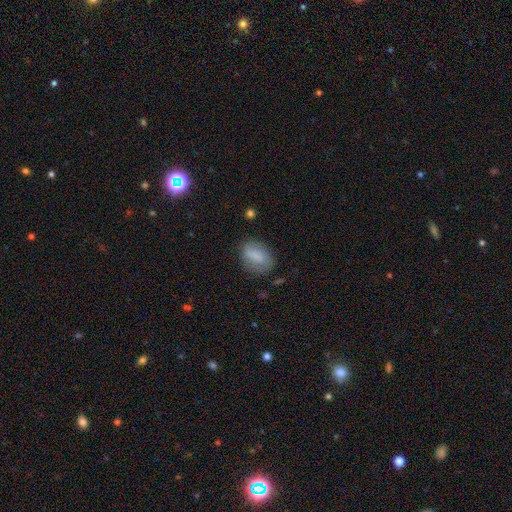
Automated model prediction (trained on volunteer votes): Smooth or featured? Predicted: smooth (p=0.78). How rounded? Predicted: in between (p=0.80). Merging? Predicted: none (p=0.71).